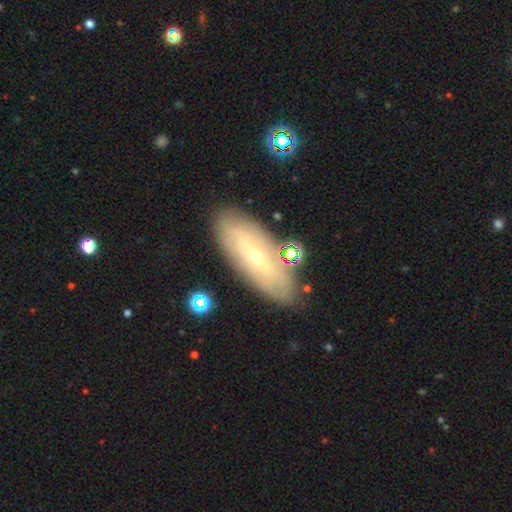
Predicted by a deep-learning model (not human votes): Smooth or featured?
  - featured or disk: 63% *
  - smooth: 29%
  - star or artifact: 8%
Edge-on disk?
  - no: 76% *
  - yes: 24%
Merging?
  - none: 82% *
  - minor disturbance: 12%
  - merger: 4%
  - major disturbance: 3%